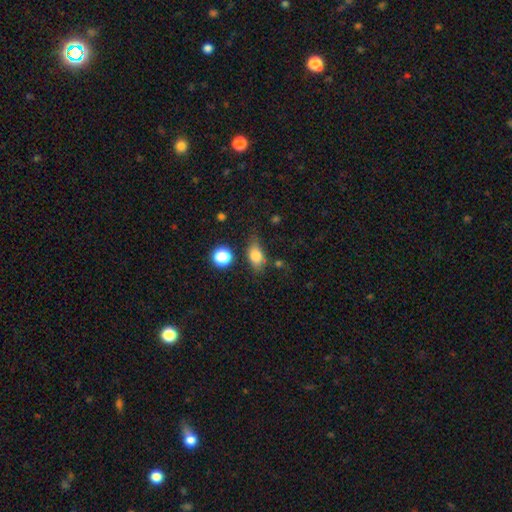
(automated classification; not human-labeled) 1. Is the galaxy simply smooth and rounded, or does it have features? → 77% smooth, 12% featured or disk, 11% star or artifact.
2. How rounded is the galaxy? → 76% in between, 18% round, 7% cigar-shaped.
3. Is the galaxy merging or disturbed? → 67% none, 22% minor disturbance, 6% major disturbance, 5% merger.